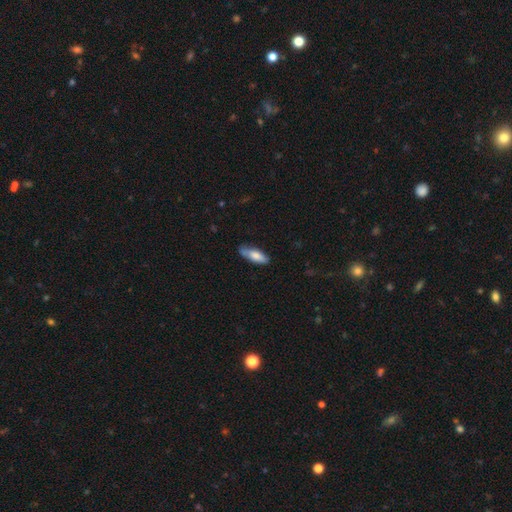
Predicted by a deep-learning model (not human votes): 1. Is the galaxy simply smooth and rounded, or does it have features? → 75% smooth, 20% featured or disk, 6% star or artifact.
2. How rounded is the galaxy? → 61% in between, 37% cigar-shaped, 2% round.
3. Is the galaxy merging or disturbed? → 66% none, 26% minor disturbance, 4% major disturbance, 4% merger.